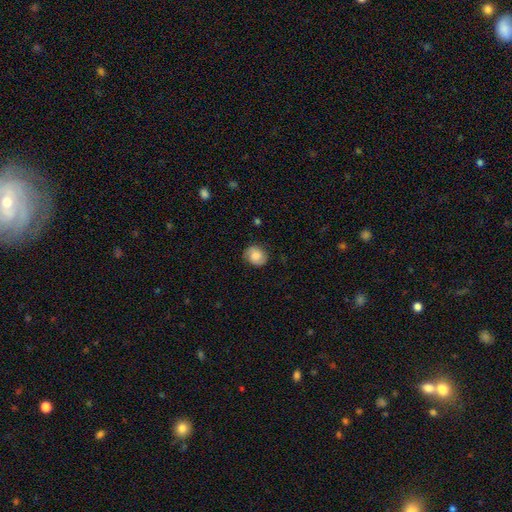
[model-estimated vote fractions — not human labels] Smooth or featured?
  - smooth: 60% *
  - featured or disk: 32%
  - star or artifact: 9%
How rounded?
  - round: 65% *
  - in between: 34%
  - cigar-shaped: 1%
Merging?
  - none: 80% *
  - minor disturbance: 15%
  - major disturbance: 4%
  - merger: 1%